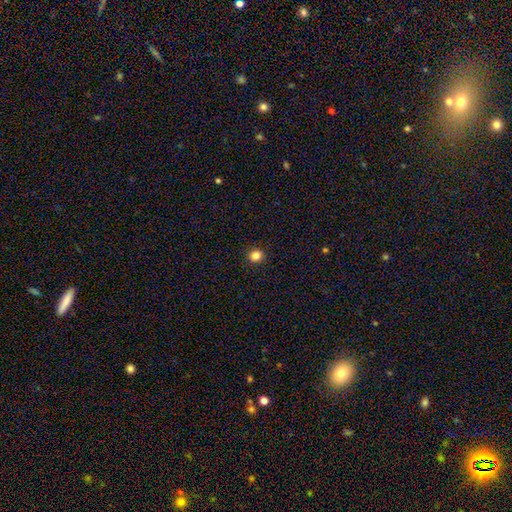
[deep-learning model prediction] smooth_or_featured: smooth (p=0.84) [alt: star or artifact p=0.12]
how_rounded: round (p=0.89) [alt: in between p=0.10]
merging: none (p=0.93) [alt: minor disturbance p=0.05]